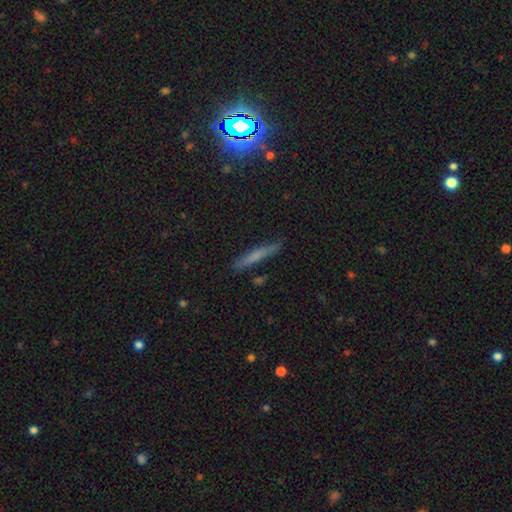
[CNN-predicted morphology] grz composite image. It shows a smooth galaxy with no disk features (59%) that is cigar-shaped (94%). Merging: none (85%).